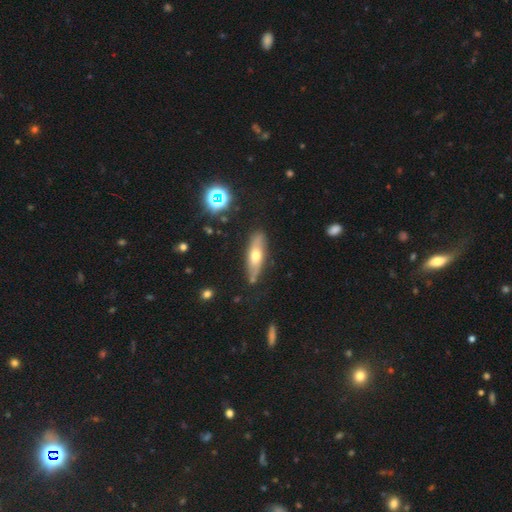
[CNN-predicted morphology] A smooth galaxy with no disk features (49%). Merging: none (79%).